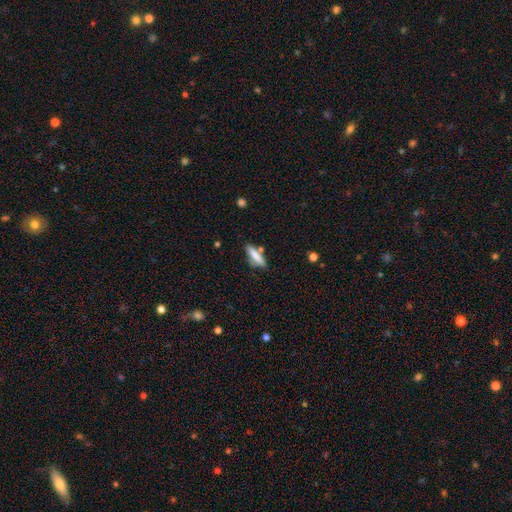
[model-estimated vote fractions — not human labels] Smooth or featured? Predicted: smooth (p=0.74). How rounded? Predicted: cigar-shaped (p=0.76). Merging? Predicted: none (p=0.72).